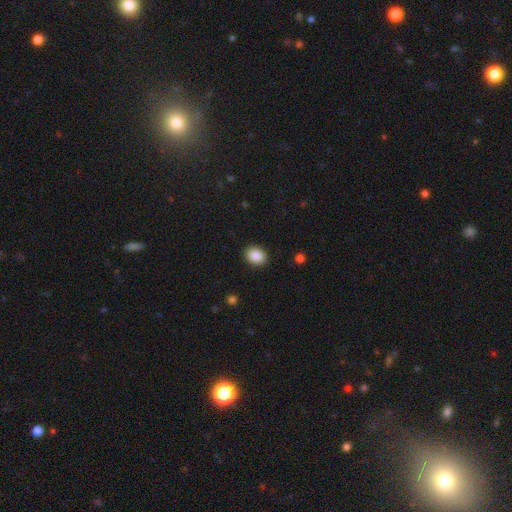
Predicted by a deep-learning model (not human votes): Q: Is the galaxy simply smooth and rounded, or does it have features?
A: smooth — 89%.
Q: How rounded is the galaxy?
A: in between — 60%.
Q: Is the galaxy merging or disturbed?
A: none — 90%.